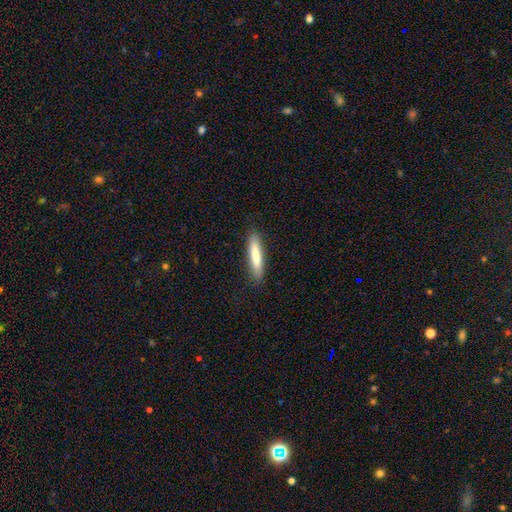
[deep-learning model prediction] Morphology: type=smooth (77%); roundness=cigar-shaped (85%); merging=none (87%).